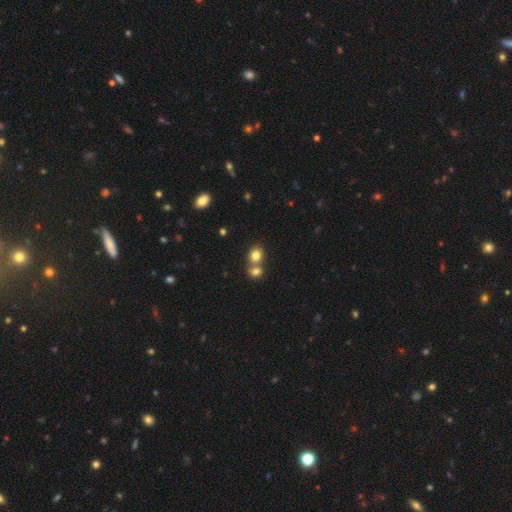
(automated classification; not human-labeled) smooth 80%, star or artifact 12%, featured or disk 9%. Down the decision tree: how rounded — round (73%); merging — merger (46%).